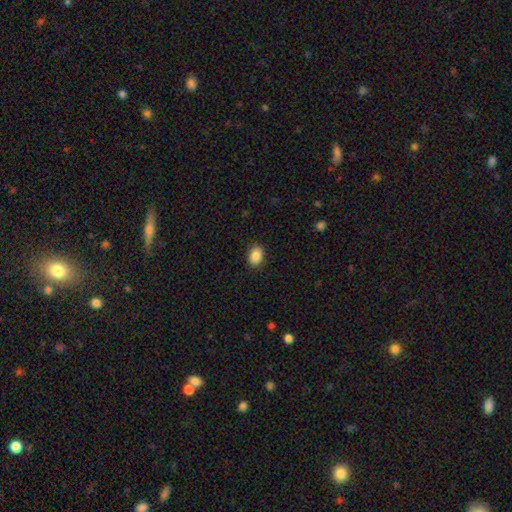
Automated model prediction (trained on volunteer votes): smooth-or-featured: smooth: 88% | star or artifact: 8% | featured or disk: 4%
  how-rounded: in between: 74% | round: 25% | cigar-shaped: 1%
  merging: none: 89% | minor disturbance: 8% | major disturbance: 2% | merger: 1%